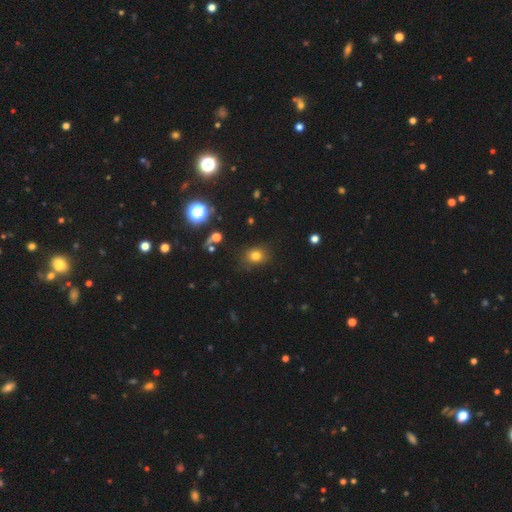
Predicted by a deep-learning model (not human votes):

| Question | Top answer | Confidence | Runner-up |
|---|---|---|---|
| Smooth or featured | smooth | 77% | star or artifact (16%) |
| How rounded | round | 60% | in between (39%) |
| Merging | none | 82% | minor disturbance (12%) |